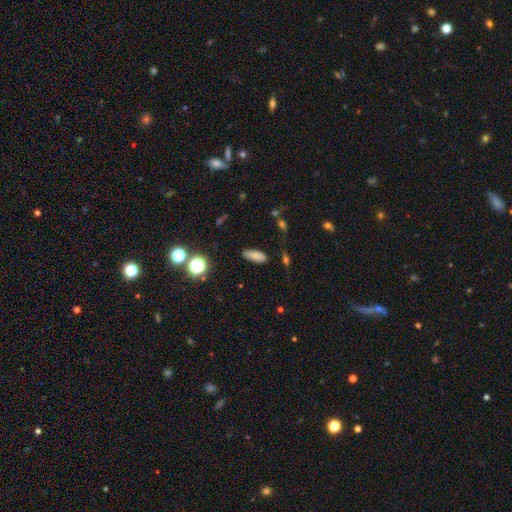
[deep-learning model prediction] This is likely a smooth galaxy (79%). How rounded: likely in between (75%). Merging: likely none (79%).